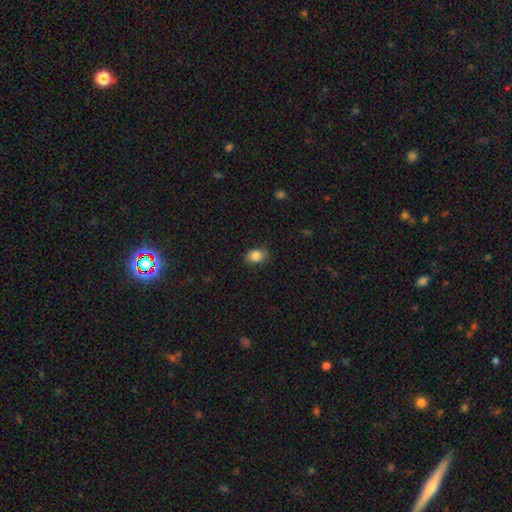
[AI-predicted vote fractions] The model was most divided on "how rounded": in between: 68%, round: 30%, cigar-shaped: 1%. More confident: smooth or featured — smooth (85%); merging — none (79%).